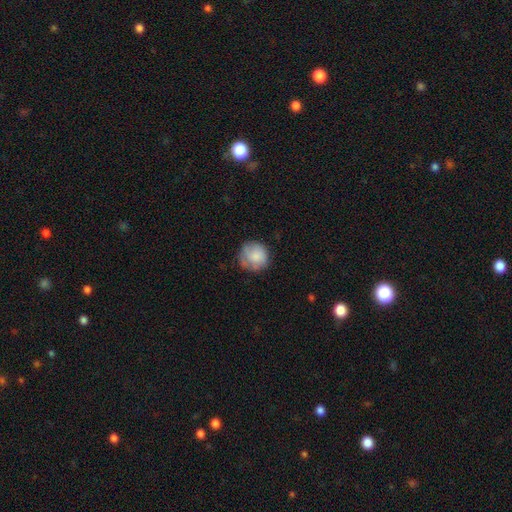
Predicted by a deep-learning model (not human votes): Smooth or featured?
  - smooth: 77% *
  - featured or disk: 16%
  - star or artifact: 7%
How rounded?
  - round: 89% *
  - in between: 10%
  - cigar-shaped: 1%
Merging?
  - none: 69% *
  - minor disturbance: 22%
  - major disturbance: 8%
  - merger: 1%